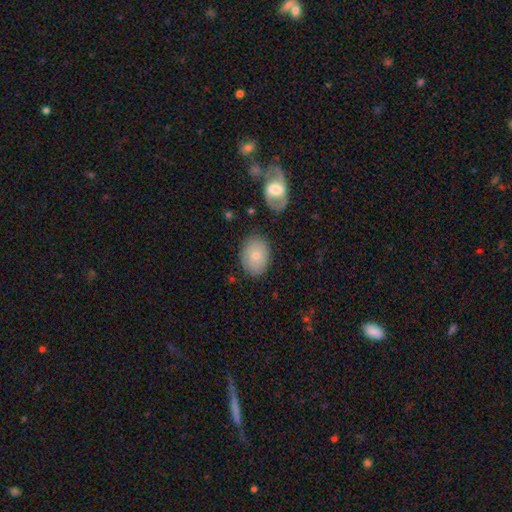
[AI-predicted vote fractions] A smooth galaxy with no disk features (71%) that is in between round and cigar-shaped (71%). Merging: none (80%).